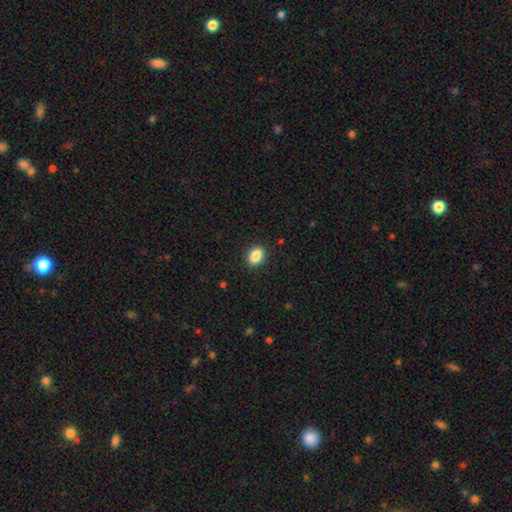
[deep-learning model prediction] Smooth or featured? Predicted: smooth (p=0.88). How rounded? Predicted: in between (p=0.78). Merging? Predicted: none (p=0.89).